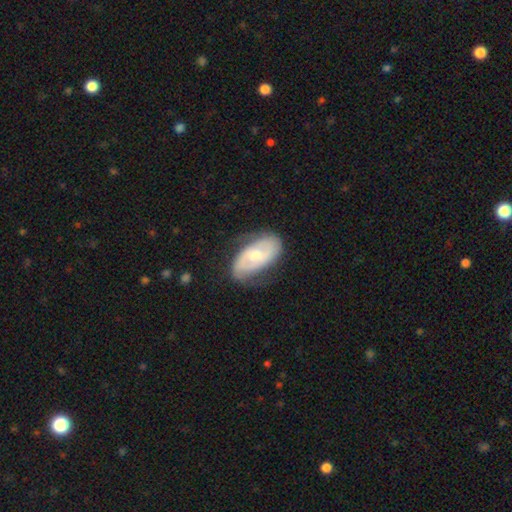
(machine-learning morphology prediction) Q: Smooth or featured?
A: featured or disk (68%); runner-up: smooth (26%)
Q: Edge-on disk?
A: no (94%); runner-up: yes (6%)
Q: Bar?
A: no (47%); runner-up: weak (42%)
Q: Spiral arms?
A: yes (81%); runner-up: no (19%)
Q: Spiral winding?
A: medium (41%); runner-up: tight (39%)
Q: Spiral arm count?
A: 2 (74%); runner-up: can't tell (18%)
Q: Bulge size?
A: moderate (62%); runner-up: small (31%)
Q: Merging?
A: none (66%); runner-up: minor disturbance (24%)